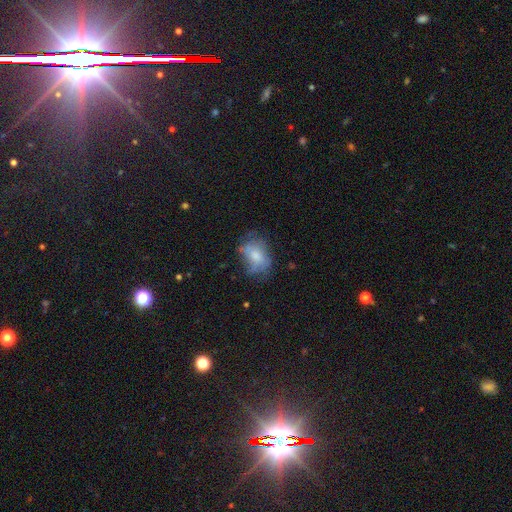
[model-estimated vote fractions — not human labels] Smooth or featured? smooth (57%)
How rounded? in between (76%)
Merging? none (47%)